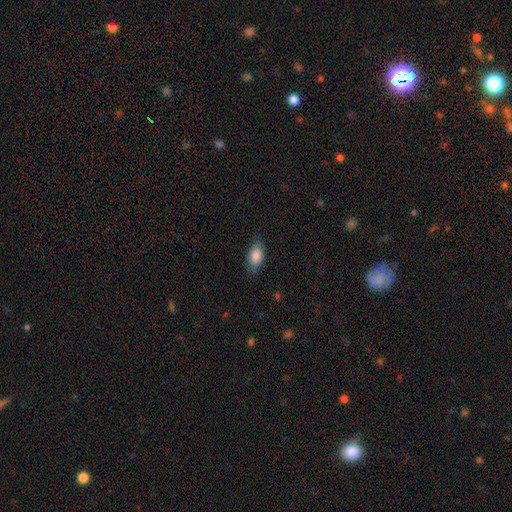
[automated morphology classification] A smooth galaxy with no disk features (86%) that is in between round and cigar-shaped (90%). Merging: none (77%).